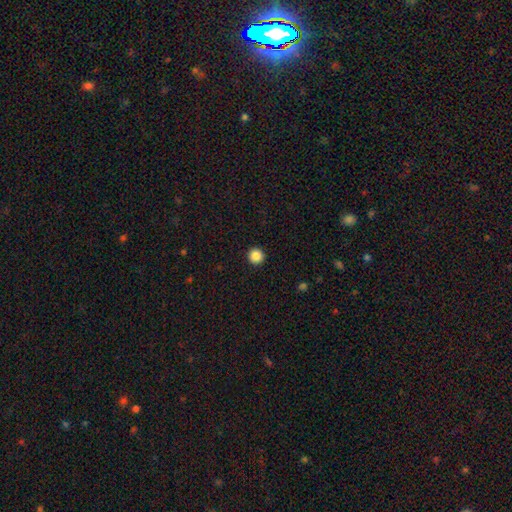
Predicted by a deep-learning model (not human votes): Smooth or featured: smooth — 87% (star or artifact — 10%)
How rounded: round — 96% (in between — 3%)
Merging: none — 94% (minor disturbance — 4%)